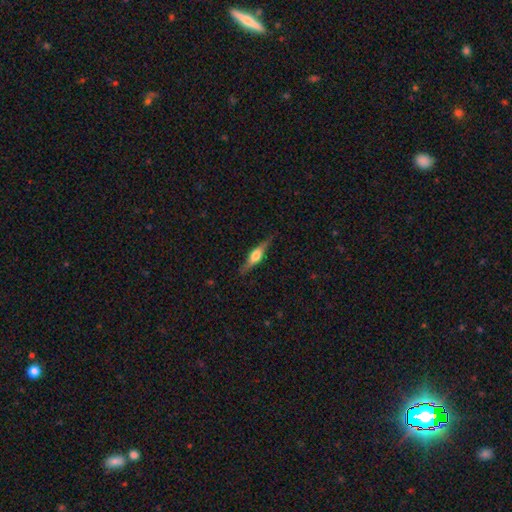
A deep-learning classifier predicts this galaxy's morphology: This appears to be a featured or disk galaxy (61%) viewed edge-on (95%) with a rounded central bulge (87%). Merging: none (83%).